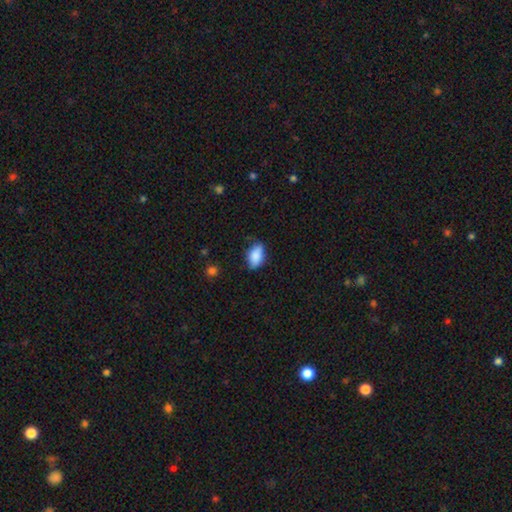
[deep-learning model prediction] Q: Smooth or featured?
A: smooth (82%); runner-up: featured or disk (11%)
Q: How rounded?
A: in between (89%); runner-up: round (7%)
Q: Merging?
A: none (64%); runner-up: minor disturbance (29%)